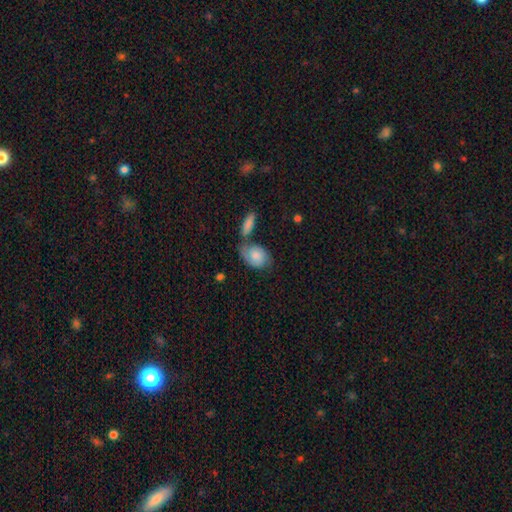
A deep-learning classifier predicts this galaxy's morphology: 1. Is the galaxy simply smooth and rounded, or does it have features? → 63% smooth, 31% featured or disk, 7% star or artifact.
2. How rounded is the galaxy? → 82% in between, 16% round, 2% cigar-shaped.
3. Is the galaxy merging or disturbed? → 47% none, 23% merger, 22% minor disturbance, 8% major disturbance.